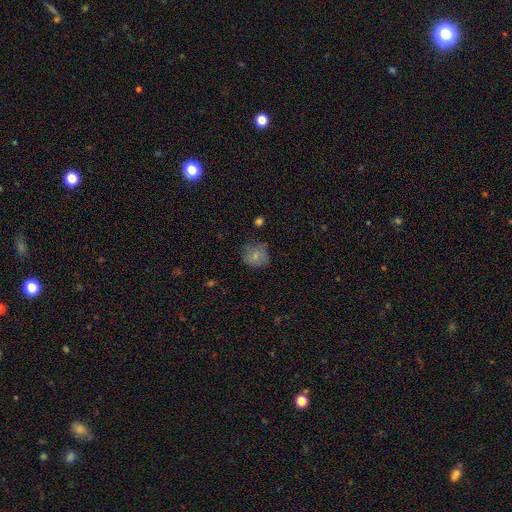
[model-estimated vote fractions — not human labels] smooth 75%, featured or disk 15%, star or artifact 10%. Down the decision tree: how rounded — round (78%); merging — none (62%).